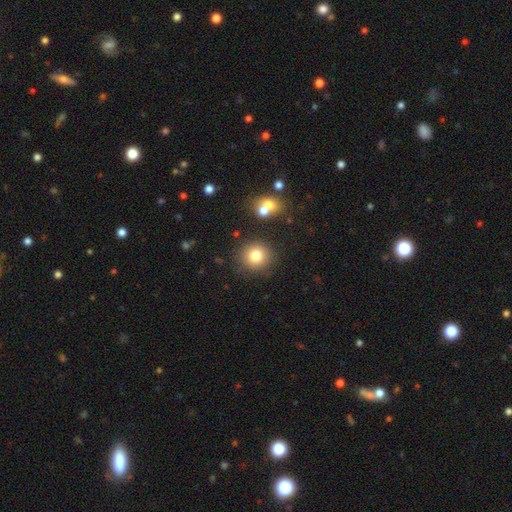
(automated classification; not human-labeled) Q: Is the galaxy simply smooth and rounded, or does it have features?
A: smooth — 79%.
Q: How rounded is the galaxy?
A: round — 90%.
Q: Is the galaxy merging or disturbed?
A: none — 84%.